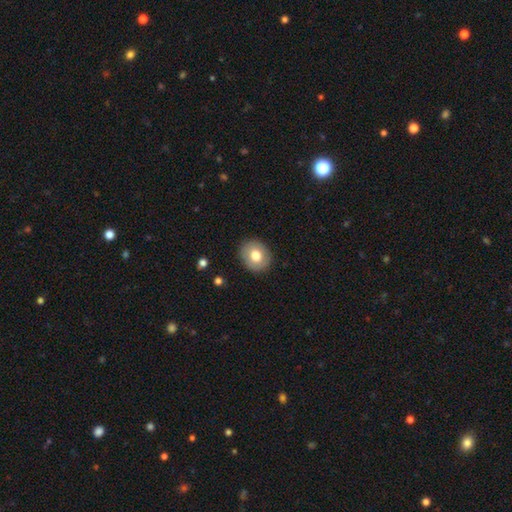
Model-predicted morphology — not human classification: smooth_or_featured: smooth (p=0.74) [alt: featured or disk p=0.19]
how_rounded: round (p=0.67) [alt: in between p=0.32]
merging: none (p=0.88) [alt: minor disturbance p=0.08]